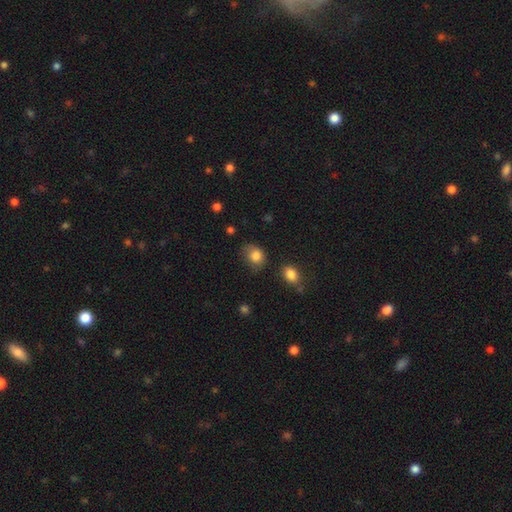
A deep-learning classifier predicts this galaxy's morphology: A smooth galaxy with no disk features (83%) that is round (50%). Merging: none (53%).